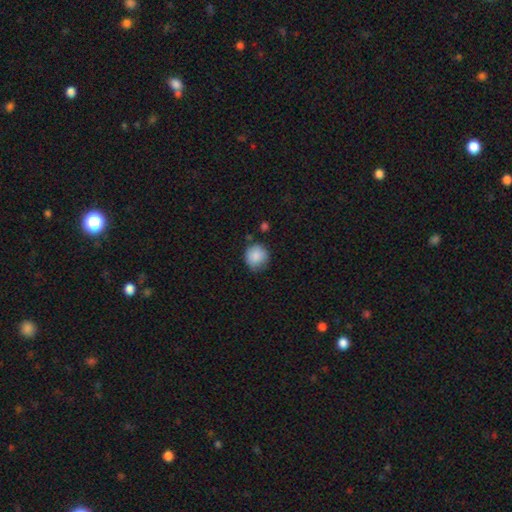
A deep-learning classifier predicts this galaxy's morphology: smooth_or_featured: smooth (p=0.87) [alt: star or artifact p=0.08]
how_rounded: round (p=0.91) [alt: in between p=0.09]
merging: none (p=0.75) [alt: minor disturbance p=0.18]